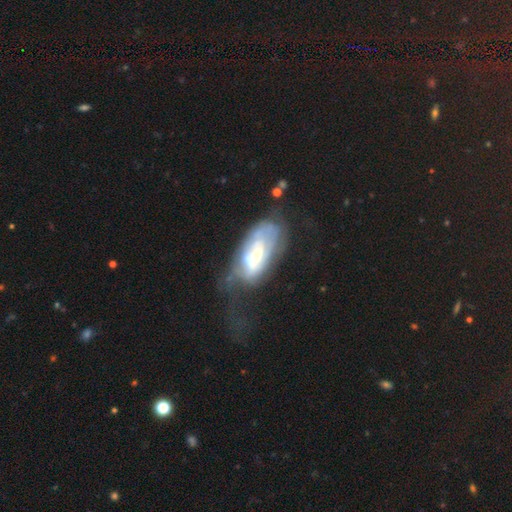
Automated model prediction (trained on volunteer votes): Smooth or featured: featured or disk — 64% (smooth — 29%)
Edge-on disk: no — 92% (yes — 8%)
Bar: no — 58% (weak — 32%)
Spiral arms: yes — 53% (no — 47%)
Bulge size: moderate — 48% (small — 38%)
Merging: major disturbance — 37% (none — 31%)